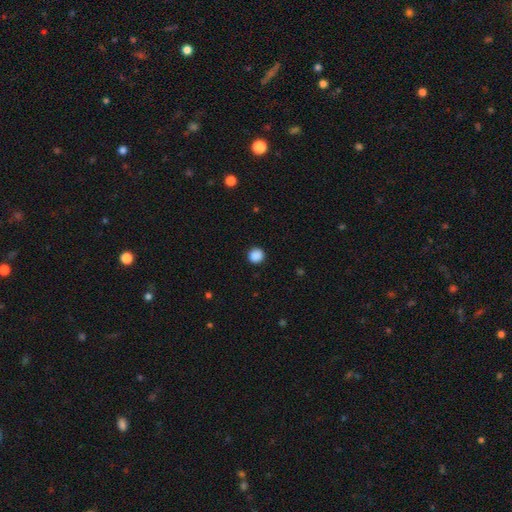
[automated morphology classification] Smooth or featured: smooth — 88% (star or artifact — 9%)
How rounded: round — 94% (in between — 5%)
Merging: none — 92% (minor disturbance — 5%)